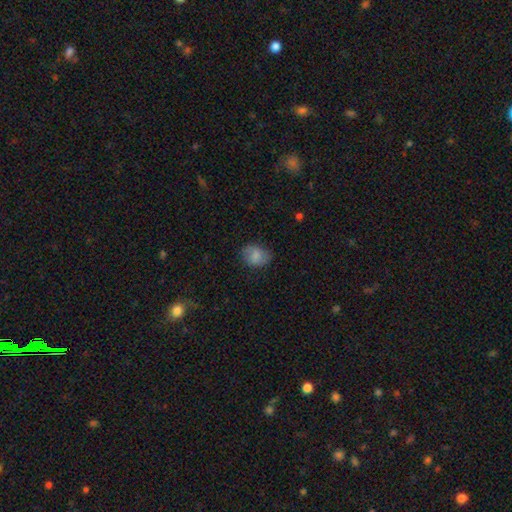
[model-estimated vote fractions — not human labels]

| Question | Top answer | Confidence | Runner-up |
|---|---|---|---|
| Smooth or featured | smooth | 78% | featured or disk (13%) |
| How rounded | in between | 58% | round (40%) |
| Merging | none | 74% | minor disturbance (19%) |